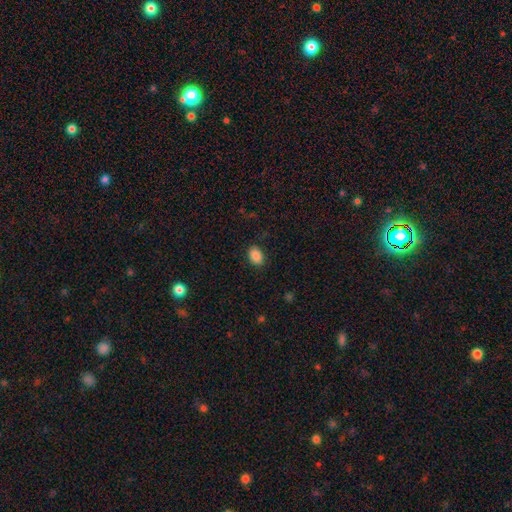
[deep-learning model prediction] Smooth or featured: smooth — 88% (star or artifact — 8%)
How rounded: in between — 83% (round — 16%)
Merging: none — 86% (minor disturbance — 10%)